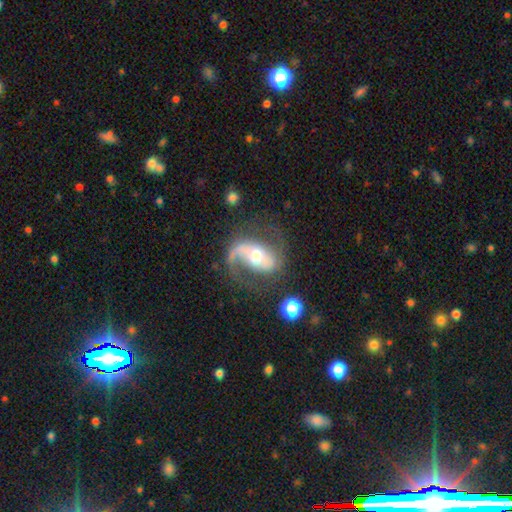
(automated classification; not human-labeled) Smooth or featured?
  - featured or disk: 84% *
  - smooth: 10%
  - star or artifact: 6%
Edge-on disk?
  - no: 96% *
  - yes: 4%
Bar?
  - weak: 36% *
  - strong: 32%
  - no: 31%
Spiral arms?
  - yes: 94% *
  - no: 6%
Spiral winding?
  - loose: 45% *
  - medium: 43%
  - tight: 12%
Spiral arm count?
  - 2: 67% *
  - 1: 28%
  - can't tell: 3%
  - 3: 1%
  - 4: 1%
  - more than 4: 1%
Bulge size?
  - moderate: 68% *
  - small: 18%
  - large: 11%
  - dominant: 2%
  - none: 1%
Merging?
  - none: 59% *
  - major disturbance: 19%
  - minor disturbance: 18%
  - merger: 3%